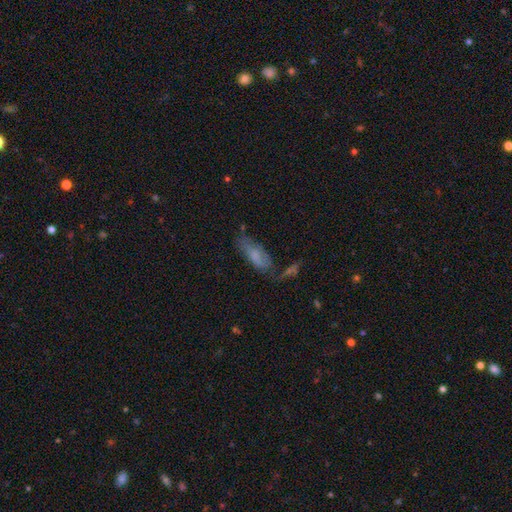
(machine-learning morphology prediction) type=smooth (64%); roundness=in between (69%); merging=none (48%).